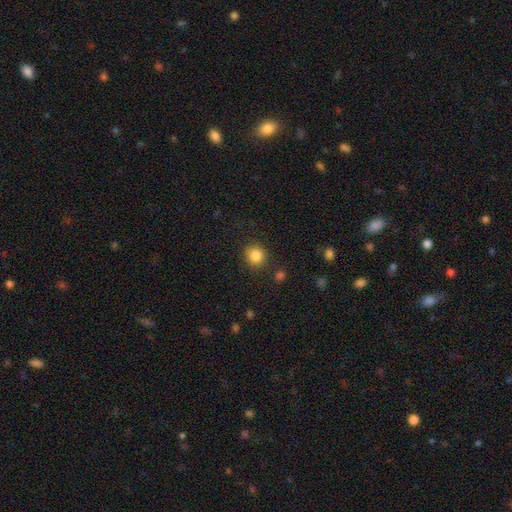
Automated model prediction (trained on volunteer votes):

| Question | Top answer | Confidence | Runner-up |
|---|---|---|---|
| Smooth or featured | smooth | 85% | star or artifact (10%) |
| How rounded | round | 89% | in between (11%) |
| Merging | none | 86% | minor disturbance (8%) |